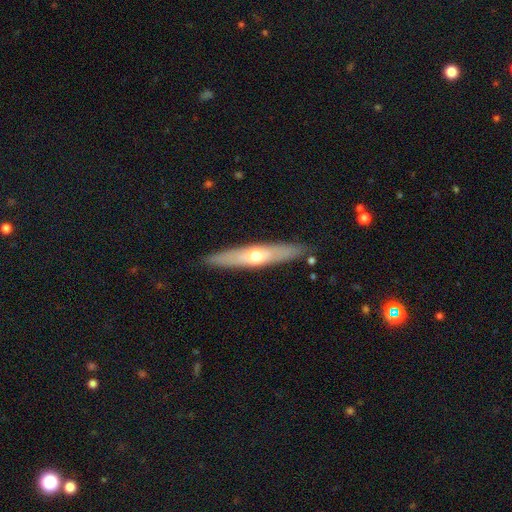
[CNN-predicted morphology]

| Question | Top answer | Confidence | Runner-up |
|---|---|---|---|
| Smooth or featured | featured or disk | 50% | smooth (44%) |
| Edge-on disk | yes | 83% | no (17%) |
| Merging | none | 88% | minor disturbance (9%) |